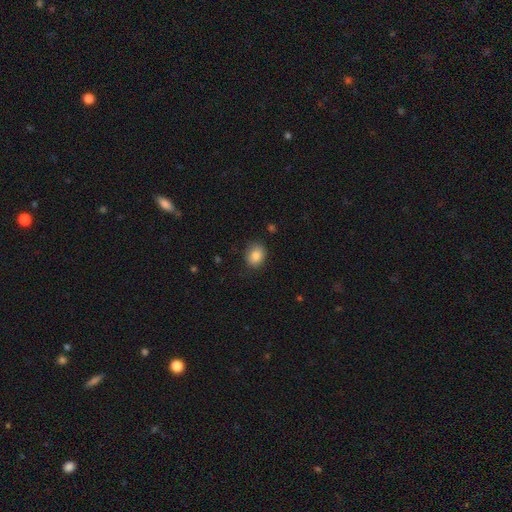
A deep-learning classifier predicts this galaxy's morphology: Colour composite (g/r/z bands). It shows a smooth galaxy with no disk features (85%) that is round (51%). Merging: none (83%).